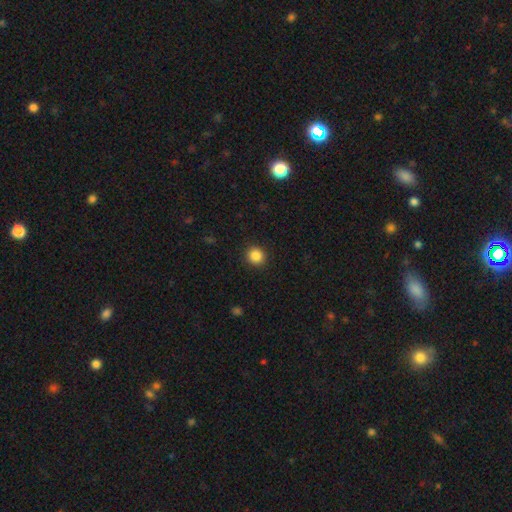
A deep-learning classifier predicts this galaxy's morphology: Smooth or featured?
  - smooth: 86% *
  - star or artifact: 10%
  - featured or disk: 4%
How rounded?
  - round: 91% *
  - in between: 8%
  - cigar-shaped: 1%
Merging?
  - none: 92% *
  - minor disturbance: 5%
  - major disturbance: 2%
  - merger: 1%